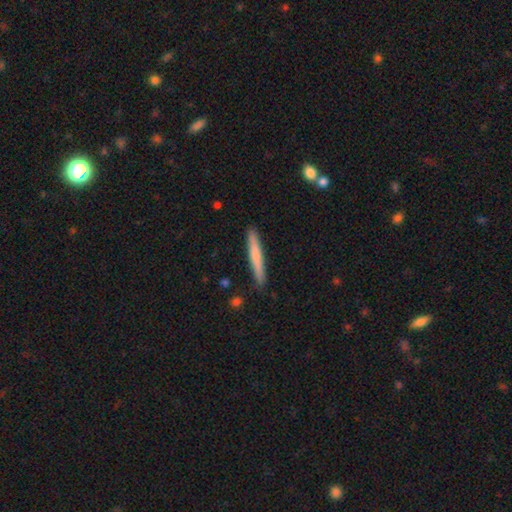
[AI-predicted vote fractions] This is likely a smooth galaxy (69%). How rounded: clearly cigar-shaped (96%). Merging: clearly none (89%).